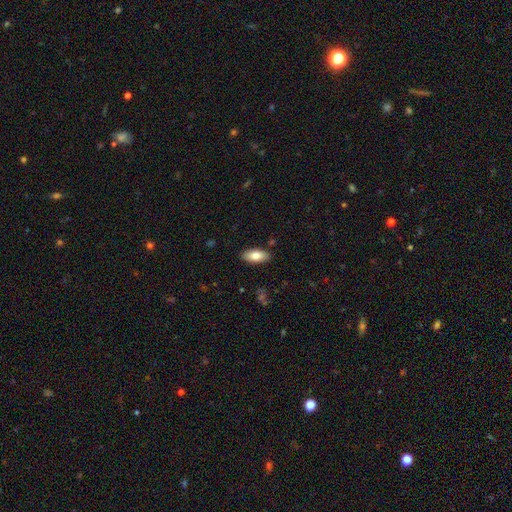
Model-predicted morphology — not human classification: The model was most divided on "smooth or featured": smooth: 78%, featured or disk: 16%, star or artifact: 6%. More confident: merging — none (88%); how rounded — in between (88%).